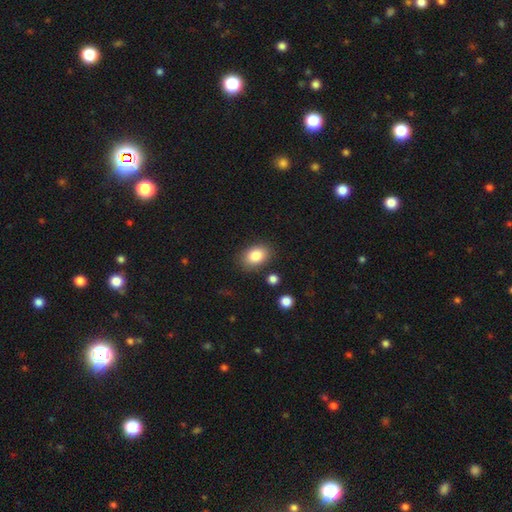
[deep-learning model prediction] smooth_or_featured: smooth (p=0.85) [alt: star or artifact p=0.08]
how_rounded: in between (p=0.80) [alt: round p=0.18]
merging: none (p=0.83) [alt: minor disturbance p=0.11]